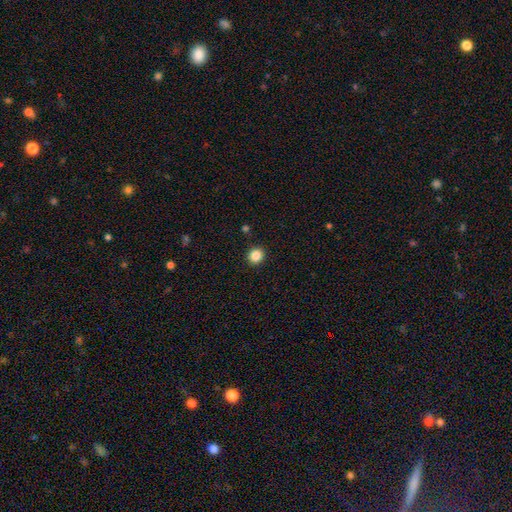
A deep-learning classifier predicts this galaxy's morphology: Smooth or featured: smooth — 86% (star or artifact — 10%)
How rounded: round — 85% (in between — 14%)
Merging: none — 92% (minor disturbance — 5%)